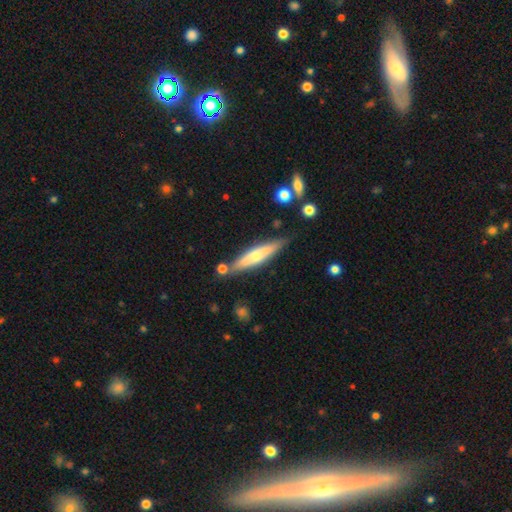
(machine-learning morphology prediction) Smooth or featured: featured or disk — 50% (smooth — 44%)
Merging: none — 81% (minor disturbance — 12%)